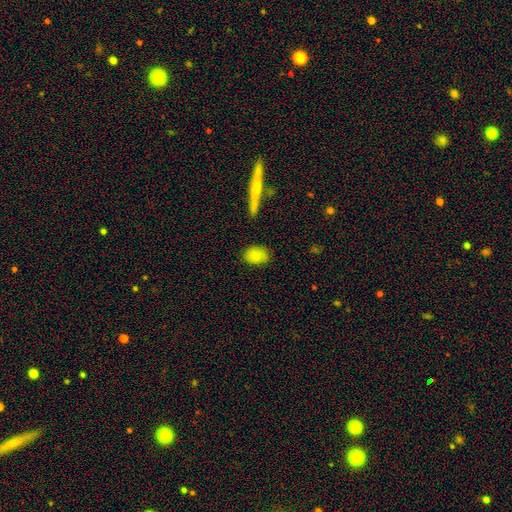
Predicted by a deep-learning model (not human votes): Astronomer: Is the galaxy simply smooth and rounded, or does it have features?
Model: smooth — 85%.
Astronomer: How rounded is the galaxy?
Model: in between — 77%.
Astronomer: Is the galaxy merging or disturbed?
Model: none — 80%.